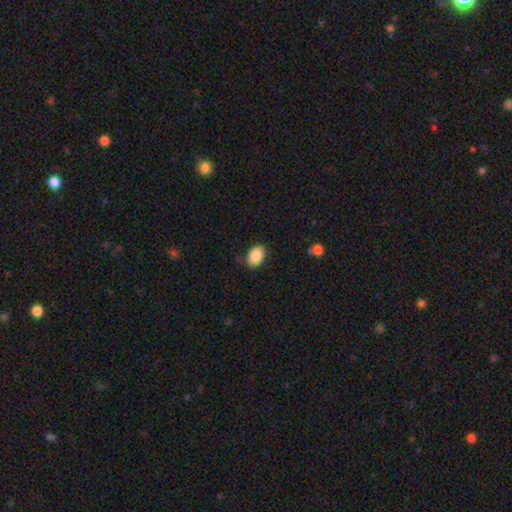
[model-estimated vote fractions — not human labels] A smooth galaxy with no disk features (88%) that is in between round and cigar-shaped (85%). Merging: none (83%).